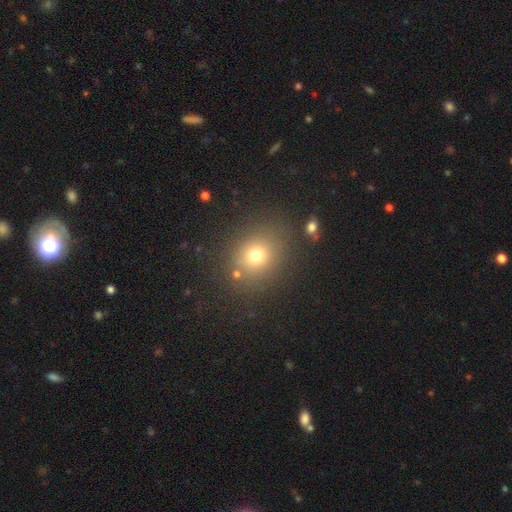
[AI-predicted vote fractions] A smooth galaxy with no disk features (72%) that is round (69%). Merging: none (81%).